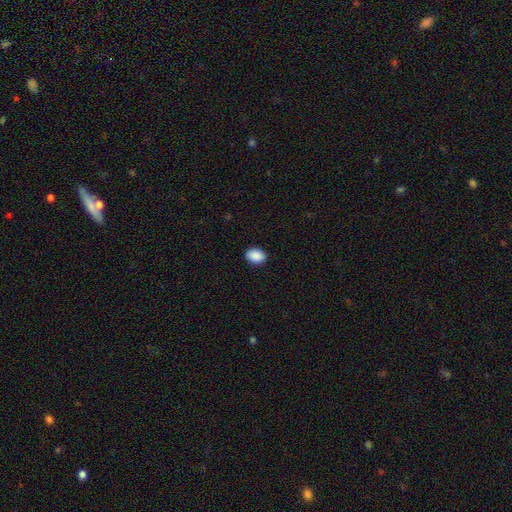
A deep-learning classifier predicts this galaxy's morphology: smooth_or_featured: smooth (p=0.90) [alt: star or artifact p=0.07]
how_rounded: in between (p=0.76) [alt: round p=0.23]
merging: none (p=0.90) [alt: minor disturbance p=0.07]